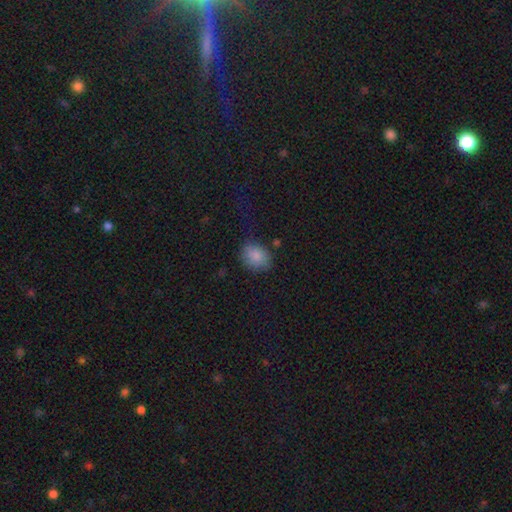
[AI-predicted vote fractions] Q: Smooth or featured?
A: smooth (85%); runner-up: star or artifact (8%)
Q: How rounded?
A: in between (54%); runner-up: round (45%)
Q: Merging?
A: none (71%); runner-up: minor disturbance (20%)